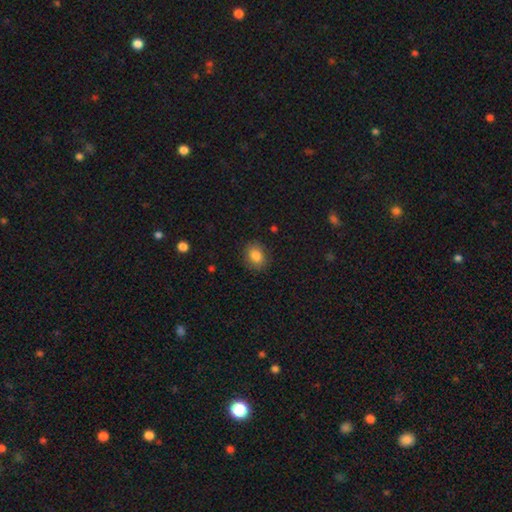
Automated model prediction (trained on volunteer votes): Overall: smooth (84%). How rounded: in between (50%; round 49%). Merging: none (86%).